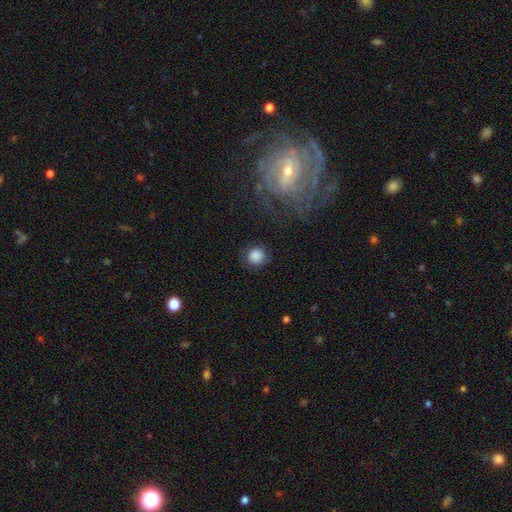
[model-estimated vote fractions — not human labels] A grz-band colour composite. It shows a smooth galaxy with no disk features (84%) that is round (93%). Merging: none (84%).